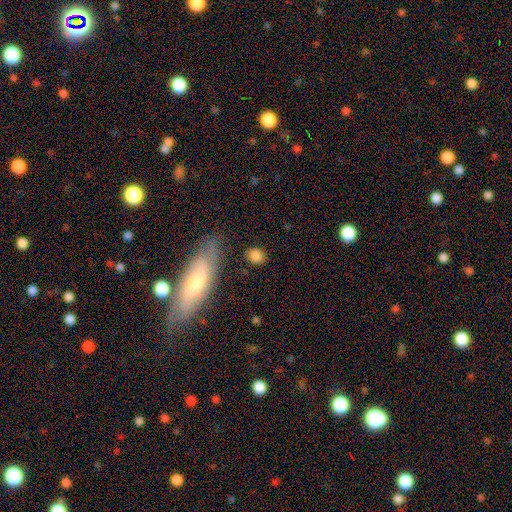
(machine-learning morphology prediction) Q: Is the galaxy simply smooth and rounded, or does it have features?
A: smooth — 82%.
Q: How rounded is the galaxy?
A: round — 61%.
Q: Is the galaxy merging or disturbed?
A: none — 82%.